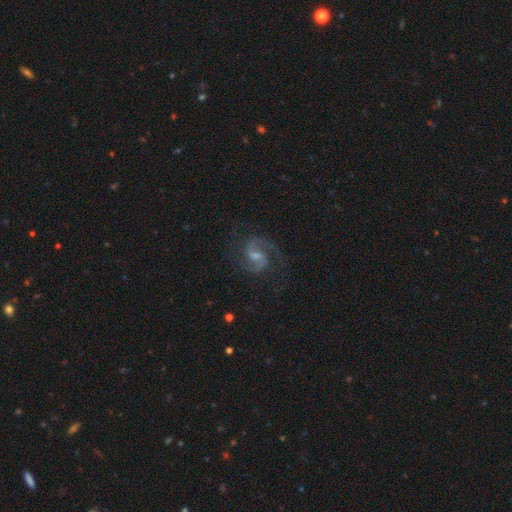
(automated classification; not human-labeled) The model was most divided on "bulge size": small: 50%, moderate: 34%, none: 13%, large: 2%, dominant: 1%. More confident: spiral arms — yes (98%); edge-on disk — no (98%); spiral arm count — 2 (93%); smooth or featured — featured or disk (91%); merging — none (80%); spiral winding — medium (65%); bar — weak (55%).